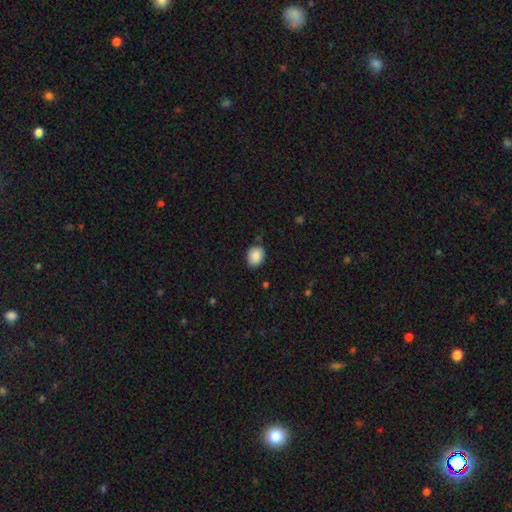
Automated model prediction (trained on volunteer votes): A smooth galaxy with no disk features (89%) that is in between round and cigar-shaped (51%). Merging: none (80%).